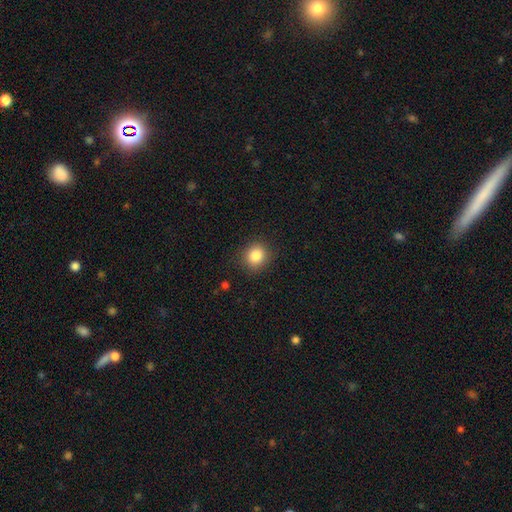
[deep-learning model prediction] A smooth galaxy with no disk features (84%) that is round (83%).

Vote fractions:
- Smooth or featured? smooth: 84% / star or artifact: 11% / featured or disk: 6%
- How rounded? round: 83% / in between: 16% / cigar-shaped: 1%
- Merging? none: 89% / minor disturbance: 8% / major disturbance: 2% / merger: 1%